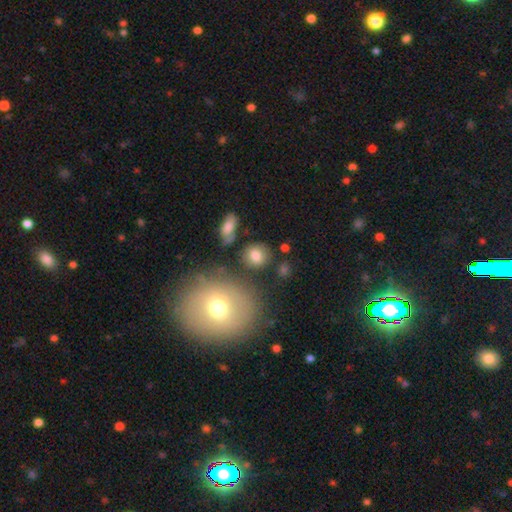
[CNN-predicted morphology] A smooth galaxy with no disk features (79%) that is round (79%).

Vote fractions:
- Smooth or featured? smooth: 79% / star or artifact: 11% / featured or disk: 10%
- How rounded? round: 79% / in between: 20% / cigar-shaped: 1%
- Merging? none: 80% / minor disturbance: 11% / merger: 5% / major disturbance: 4%